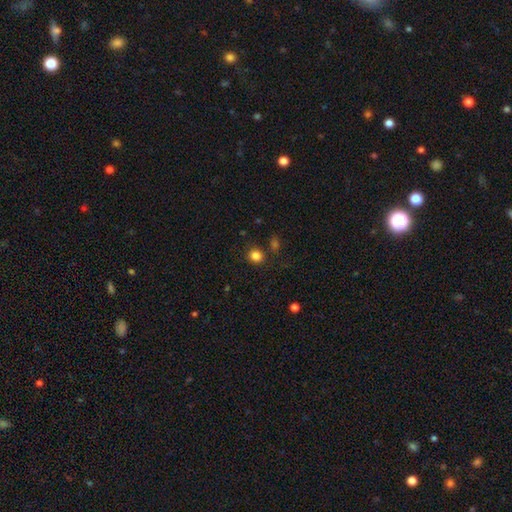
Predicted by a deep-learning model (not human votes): Q: Smooth or featured?
A: smooth (83%); runner-up: star or artifact (13%)
Q: How rounded?
A: round (80%); runner-up: in between (19%)
Q: Merging?
A: none (83%); runner-up: minor disturbance (9%)